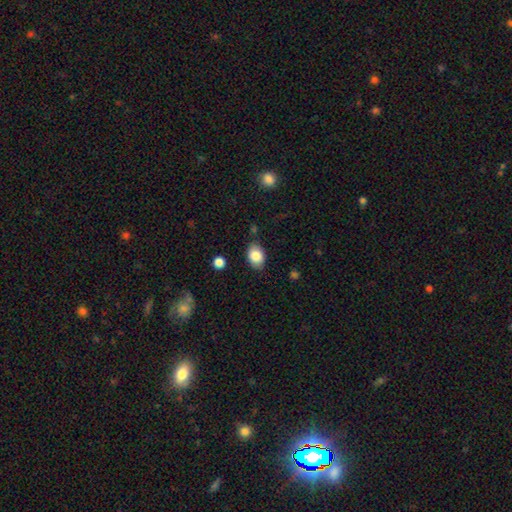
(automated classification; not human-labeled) This appears to be a smooth galaxy with no disk features (84%) that is in between round and cigar-shaped (80%). Merging: none (80%).